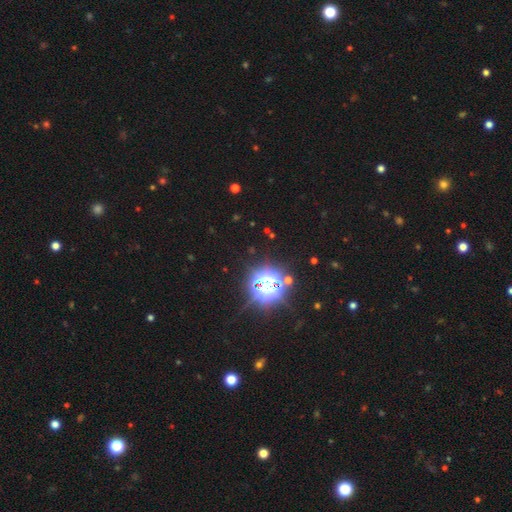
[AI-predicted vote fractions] star or artifact 84%, smooth 10%, featured or disk 5%.